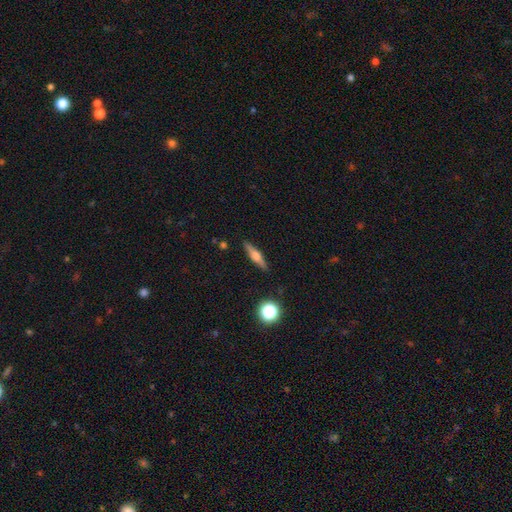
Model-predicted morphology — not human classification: This appears to be a featured or disk galaxy (52%) viewed edge-on (94%). Merging: none (89%).